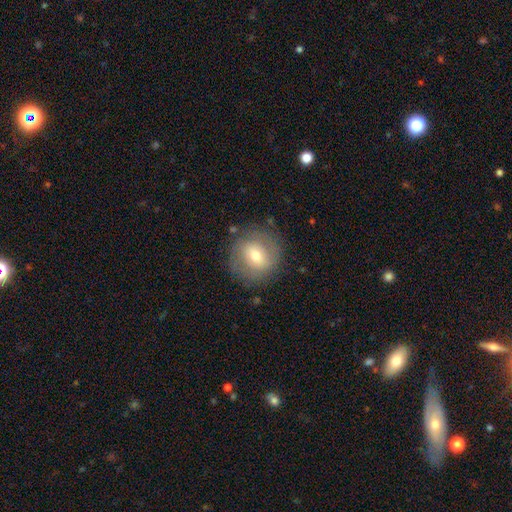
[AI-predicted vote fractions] Overall: smooth (57%; featured or disk 34%). How rounded: round (87%). Merging: none (82%).